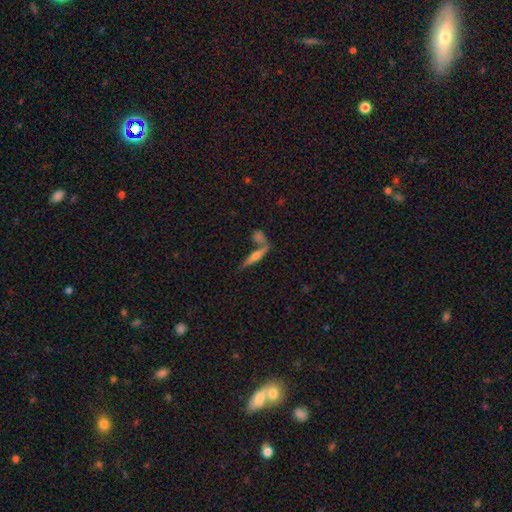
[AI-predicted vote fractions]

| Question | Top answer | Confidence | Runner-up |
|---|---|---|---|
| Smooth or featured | featured or disk | 53% | smooth (39%) |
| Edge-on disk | yes | 93% | no (7%) |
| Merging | none | 59% | merger (27%) |